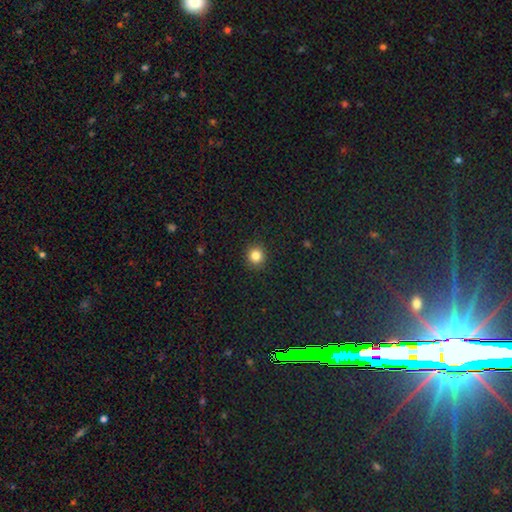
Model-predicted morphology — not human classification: smooth-or-featured: smooth: 84% | star or artifact: 12% | featured or disk: 4%
  how-rounded: round: 92% | in between: 7% | cigar-shaped: 1%
  merging: none: 92% | minor disturbance: 5% | major disturbance: 2% | merger: 1%